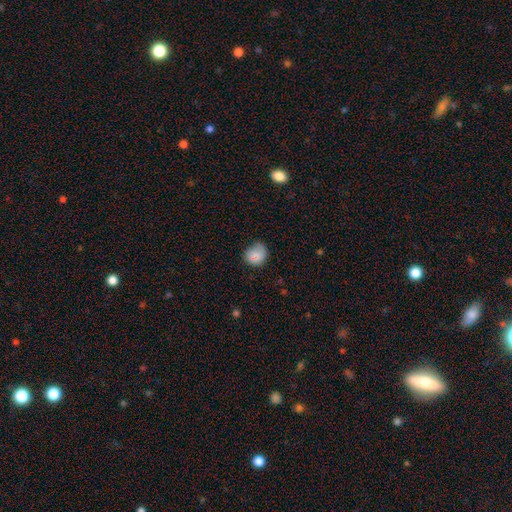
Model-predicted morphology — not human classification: smooth_or_featured: smooth (p=0.79) [alt: featured or disk p=0.13]
how_rounded: round (p=0.72) [alt: in between p=0.27]
merging: none (p=0.58) [alt: minor disturbance p=0.31]